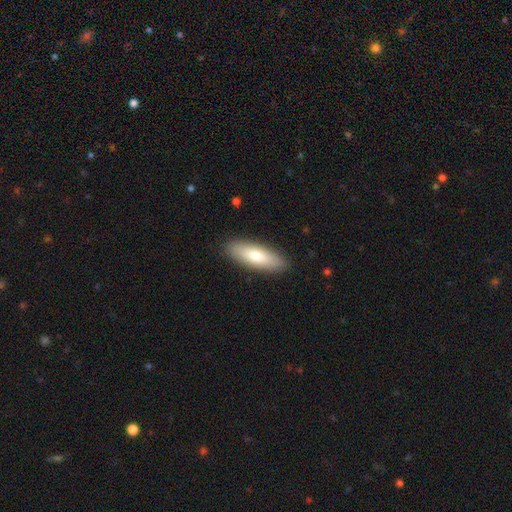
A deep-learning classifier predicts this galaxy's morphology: A smooth galaxy with no disk features (77%) that is in between round and cigar-shaped (52%). Merging: none (90%).